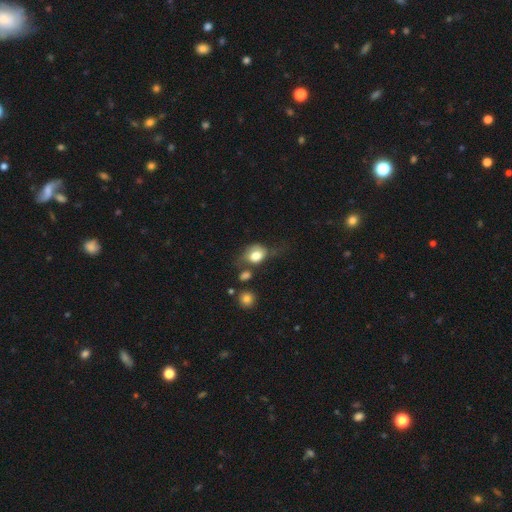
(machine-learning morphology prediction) Smooth or featured?
  - smooth: 73% *
  - featured or disk: 19%
  - star or artifact: 8%
How rounded?
  - in between: 57% *
  - round: 42%
  - cigar-shaped: 2%
Merging?
  - none: 36% *
  - minor disturbance: 28%
  - major disturbance: 25%
  - merger: 11%